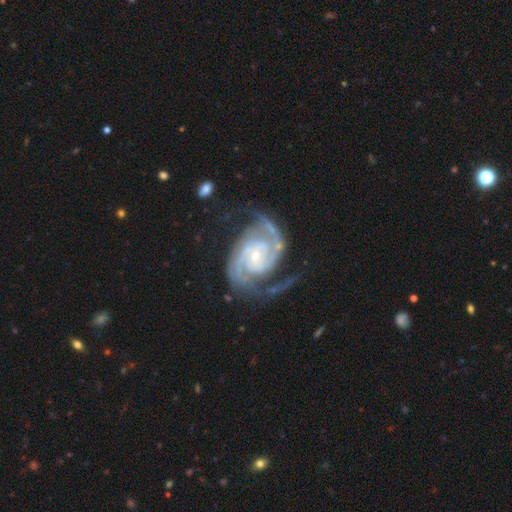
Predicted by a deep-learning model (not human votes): Morphology: type=featured or disk (93%); edge-on=no (98%); bar=no (58%); spiral arms=yes (98%); winding=medium (46%); arm count=2 (84%); bulge=small (73%); merging=none (66%).